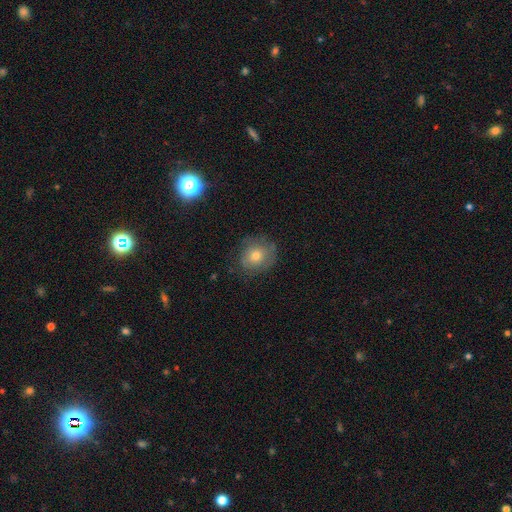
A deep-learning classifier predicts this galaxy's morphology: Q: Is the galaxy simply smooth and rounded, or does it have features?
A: smooth — 57%.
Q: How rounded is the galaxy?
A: round — 76%.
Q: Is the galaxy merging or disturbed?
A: none — 73%.